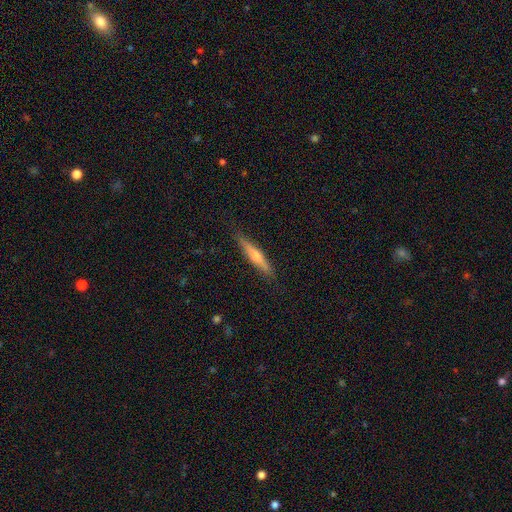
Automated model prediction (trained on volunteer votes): Morphology: type=featured or disk (50%); edge-on=yes (94%); merging=none (87%).